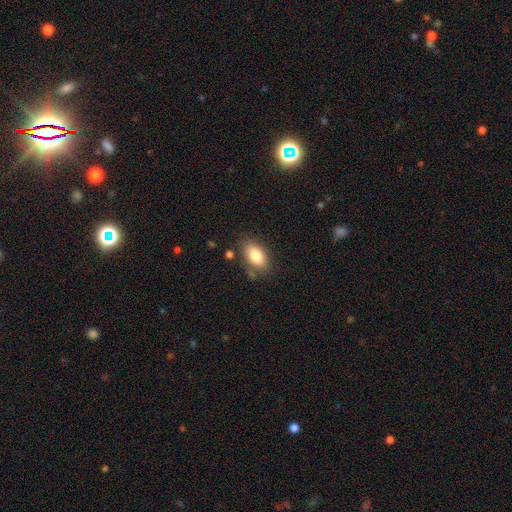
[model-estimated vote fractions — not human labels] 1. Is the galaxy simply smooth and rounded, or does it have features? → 82% smooth, 11% featured or disk, 8% star or artifact.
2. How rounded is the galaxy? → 90% in between, 6% round, 3% cigar-shaped.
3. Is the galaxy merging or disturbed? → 78% none, 15% minor disturbance, 4% merger, 4% major disturbance.